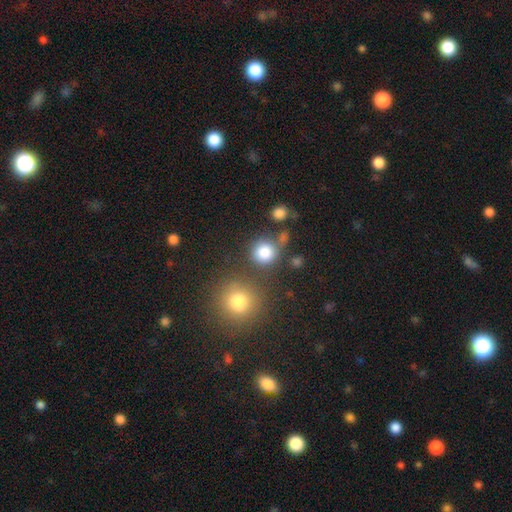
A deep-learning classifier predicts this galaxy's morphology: type=smooth (70%); roundness=round (91%); merging=none (78%).